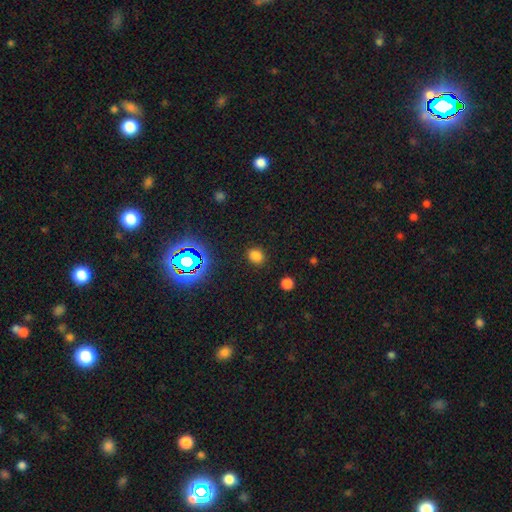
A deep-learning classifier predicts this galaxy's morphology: A smooth galaxy with no disk features (74%) that is round (65%). Merging: none (88%).